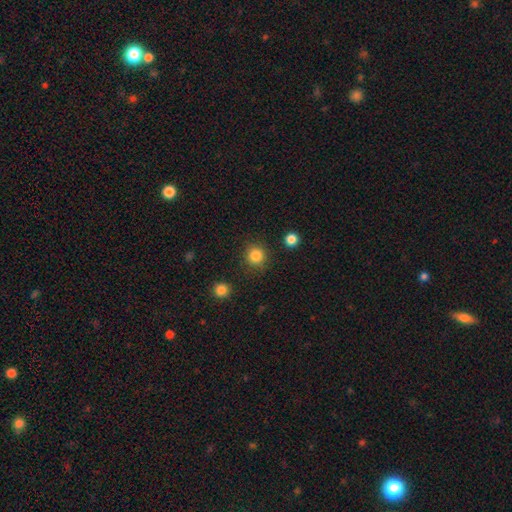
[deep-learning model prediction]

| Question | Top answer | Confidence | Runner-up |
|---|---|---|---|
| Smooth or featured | smooth | 85% | star or artifact (11%) |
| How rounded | round | 93% | in between (6%) |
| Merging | none | 89% | minor disturbance (6%) |